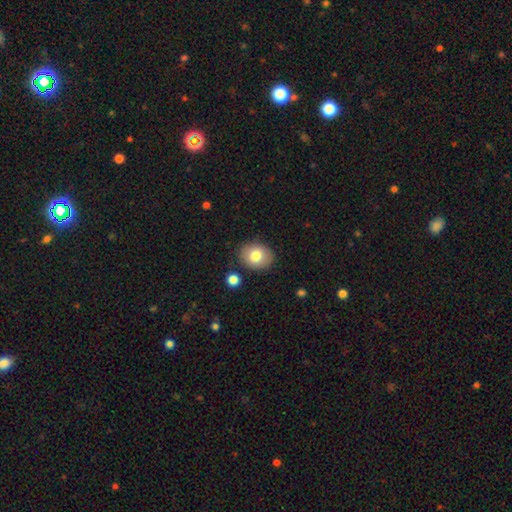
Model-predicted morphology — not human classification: This is likely a smooth galaxy (79%). How rounded: possibly round (50%). Merging: clearly none (85%).